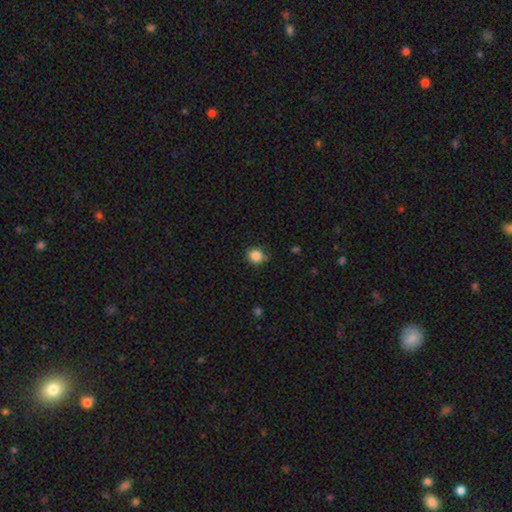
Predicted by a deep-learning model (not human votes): smooth-or-featured: smooth: 86% | star or artifact: 11% | featured or disk: 4%
  how-rounded: round: 84% | in between: 15% | cigar-shaped: 1%
  merging: none: 76% | minor disturbance: 19% | major disturbance: 3% | merger: 1%